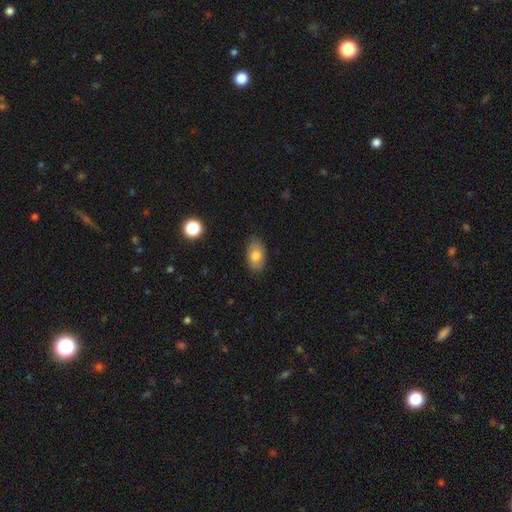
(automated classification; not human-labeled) smooth 79%, featured or disk 13%, star or artifact 8%. Down the decision tree: how rounded — in between (91%); merging — none (84%).